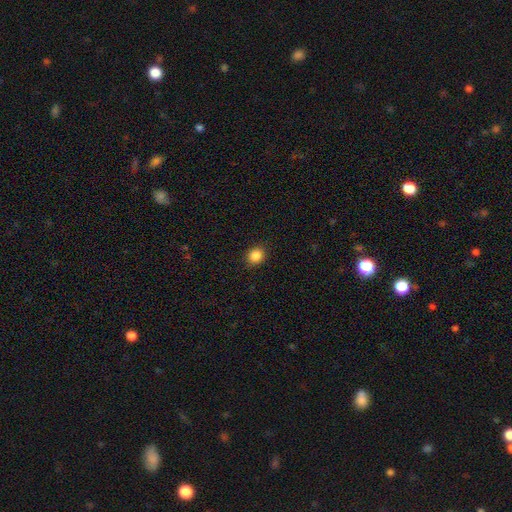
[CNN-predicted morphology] This is clearly a smooth galaxy (86%). How rounded: likely round (74%). Merging: clearly none (90%).